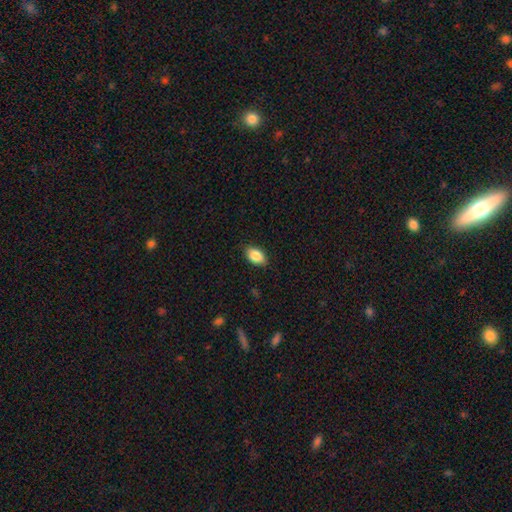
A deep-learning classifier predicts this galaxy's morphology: type=smooth (87%); roundness=in between (89%); merging=none (86%).